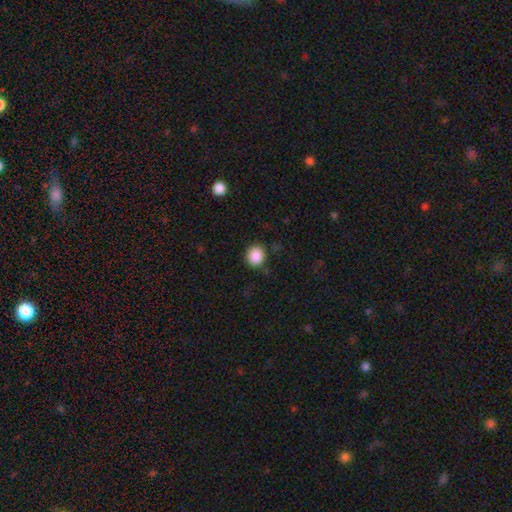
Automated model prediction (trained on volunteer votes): smooth_or_featured: smooth (p=0.88) [alt: star or artifact p=0.09]
how_rounded: round (p=0.82) [alt: in between p=0.17]
merging: none (p=0.84) [alt: minor disturbance p=0.11]